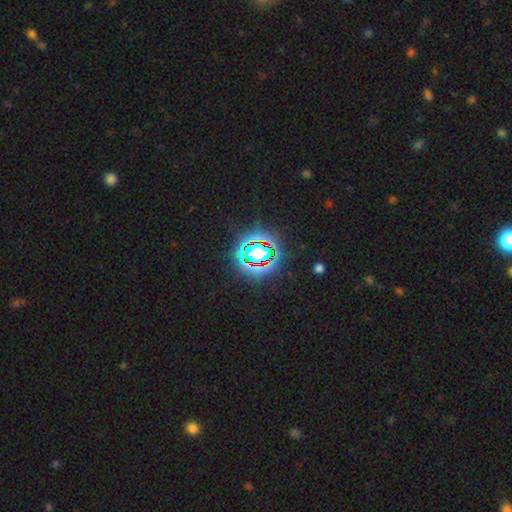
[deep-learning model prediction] smooth_or_featured: star or artifact (p=0.73) [alt: smooth p=0.16]